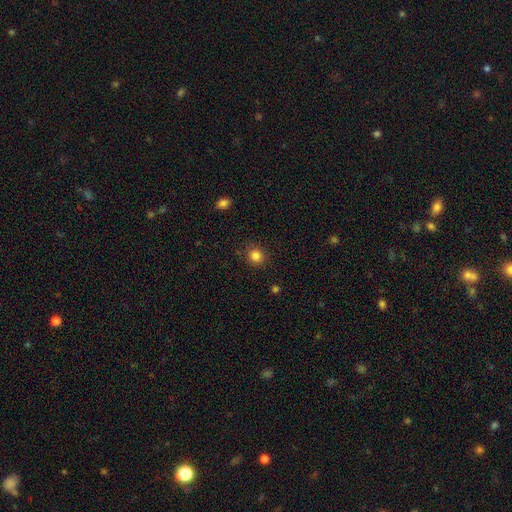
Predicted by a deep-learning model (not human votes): A smooth galaxy with no disk features (84%) that is round (87%).

Vote fractions:
- Smooth or featured? smooth: 84% / star or artifact: 12% / featured or disk: 5%
- How rounded? round: 87% / in between: 12% / cigar-shaped: 1%
- Merging? none: 87% / minor disturbance: 9% / major disturbance: 3% / merger: 1%